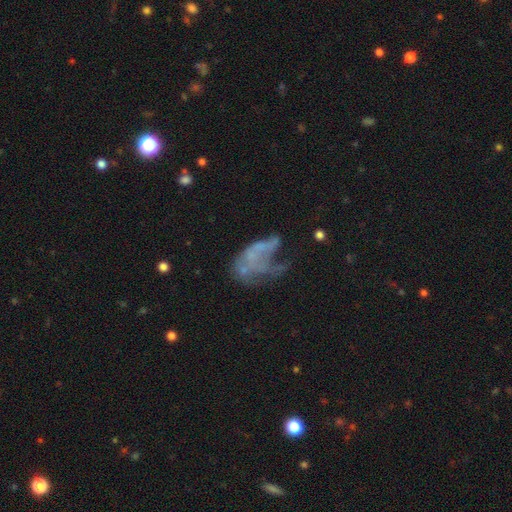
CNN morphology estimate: Overall: featured or disk (58%; smooth 24%). Edge-on disk: no (97%). Bar: no (90%). Spiral arms: no (78%). Bulge size: none (82%). Merging: major disturbance (50%; none 23%).